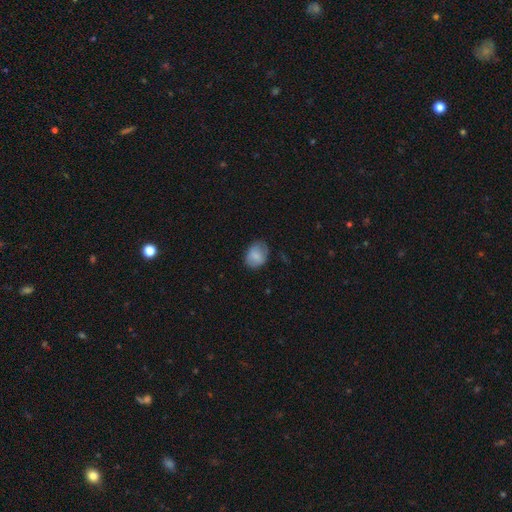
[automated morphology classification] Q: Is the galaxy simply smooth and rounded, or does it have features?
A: smooth — 79%.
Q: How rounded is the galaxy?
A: in between — 61%.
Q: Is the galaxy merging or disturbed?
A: none — 70%.